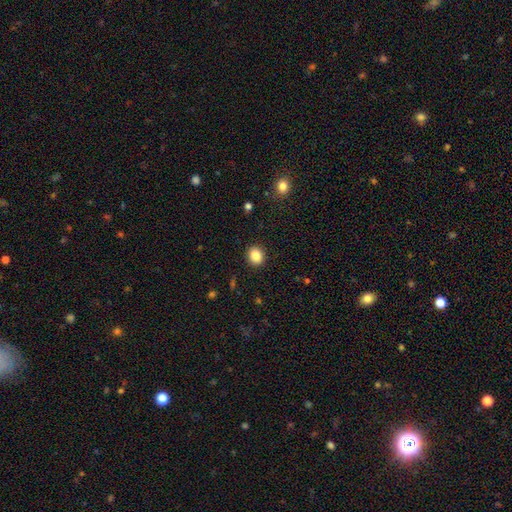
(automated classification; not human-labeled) smooth 86%, star or artifact 9%, featured or disk 5%. Down the decision tree: how rounded — round (67%); merging — none (91%).